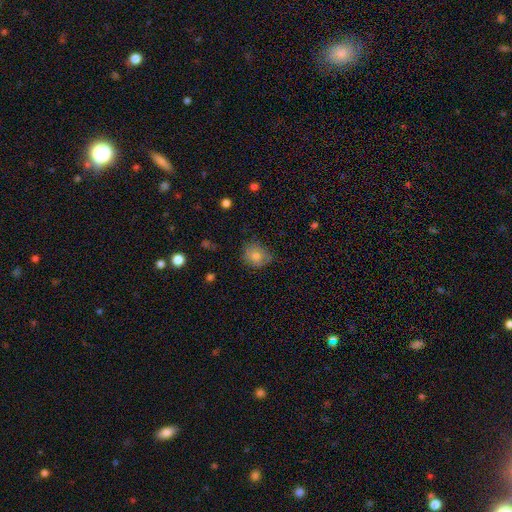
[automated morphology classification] Smooth or featured? Predicted: smooth (p=0.78). How rounded? Predicted: round (p=0.67). Merging? Predicted: none (p=0.69).